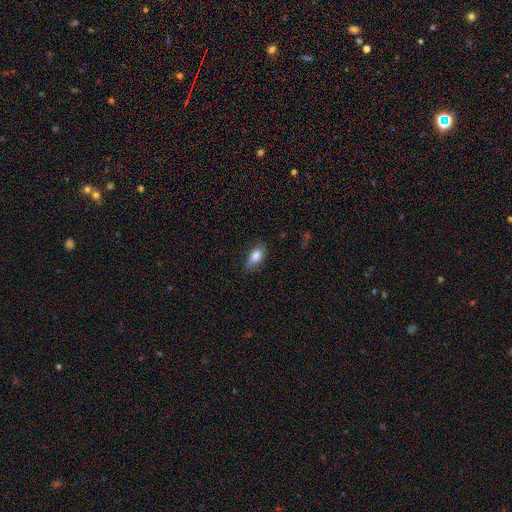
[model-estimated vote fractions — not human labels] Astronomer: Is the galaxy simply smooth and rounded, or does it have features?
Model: smooth — 82%.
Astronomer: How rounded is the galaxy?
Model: in between — 88%.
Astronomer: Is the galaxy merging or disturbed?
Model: none — 74%.